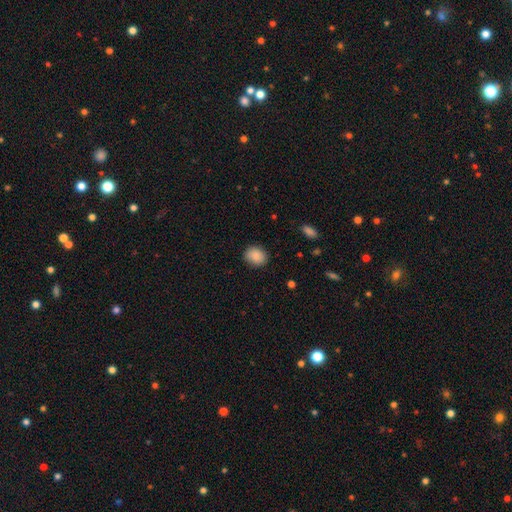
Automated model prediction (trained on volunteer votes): Q: Smooth or featured?
A: smooth (88%); runner-up: star or artifact (8%)
Q: How rounded?
A: in between (50%); runner-up: round (49%)
Q: Merging?
A: none (87%); runner-up: minor disturbance (10%)